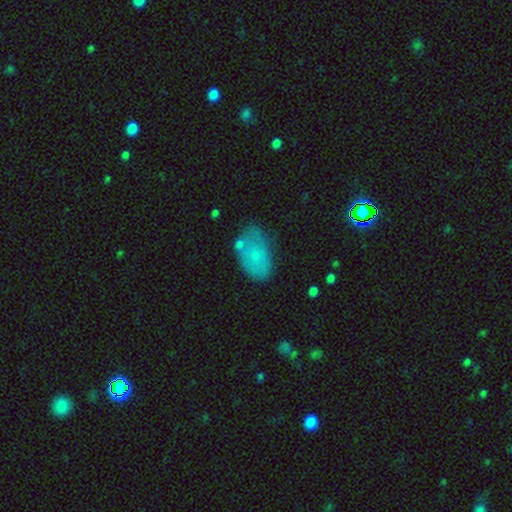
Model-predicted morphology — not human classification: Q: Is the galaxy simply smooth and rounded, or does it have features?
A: smooth — 68%.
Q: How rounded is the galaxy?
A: in between — 91%.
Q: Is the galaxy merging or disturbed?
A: none — 55%.